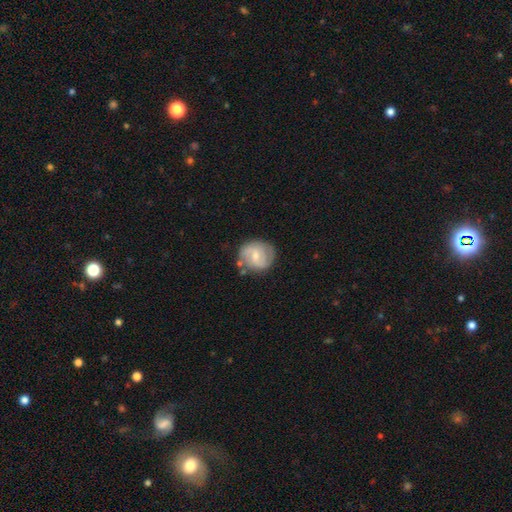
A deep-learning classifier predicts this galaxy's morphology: Overall: featured or disk (64%; smooth 30%). Edge-on disk: no (97%). Bar: weak (54%; no 34%). Spiral arms: yes (86%). Spiral arm count: 2 (74%). Spiral winding: medium (45%; tight 36%). Bulge size: small (53%; moderate 42%). Merging: none (71%).